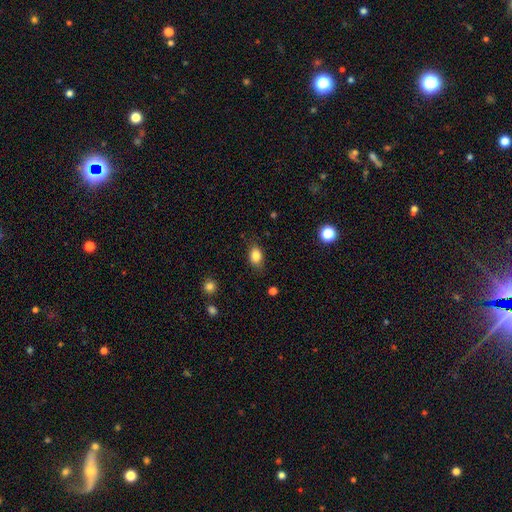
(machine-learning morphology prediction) A smooth galaxy with no disk features (84%) that is in between round and cigar-shaped (78%). Merging: none (81%).